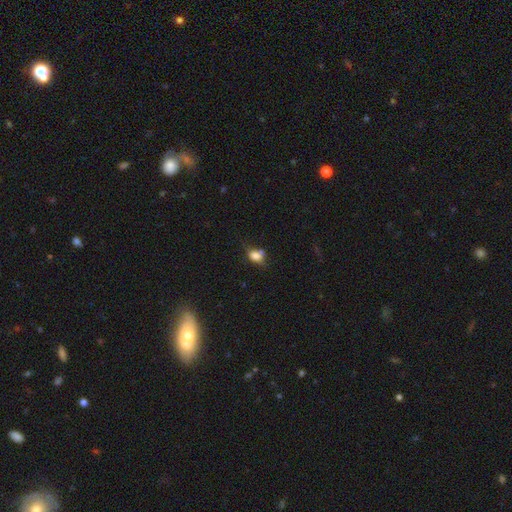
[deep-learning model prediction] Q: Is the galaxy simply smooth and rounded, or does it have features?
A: smooth — 75%.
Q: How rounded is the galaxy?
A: in between — 69%.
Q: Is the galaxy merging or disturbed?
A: none — 43%.